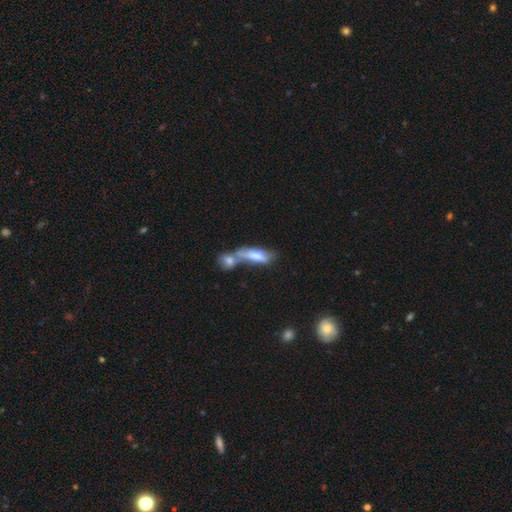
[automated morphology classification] type=smooth (62%); roundness=in between (49%, tied with cigar-shaped); merging=merger (60%).